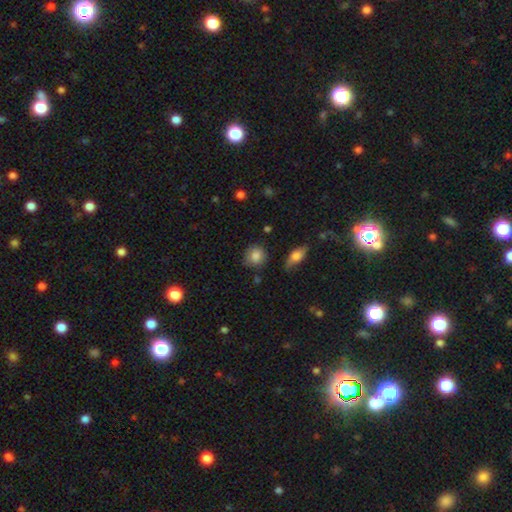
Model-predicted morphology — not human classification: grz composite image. It shows a smooth galaxy with no disk features (83%) that is round (79%). Merging: none (76%).